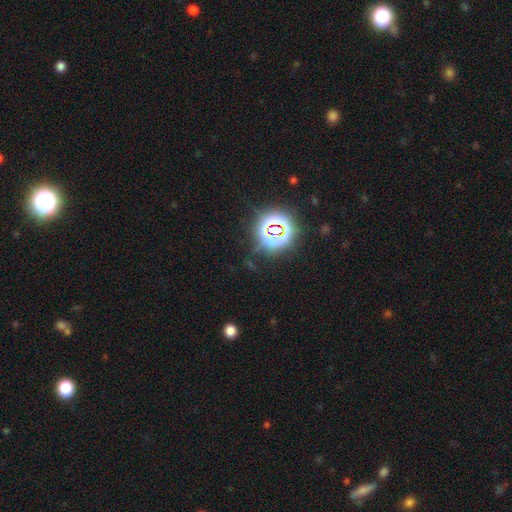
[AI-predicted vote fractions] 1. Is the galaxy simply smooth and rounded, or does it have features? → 81% star or artifact, 12% smooth, 6% featured or disk.